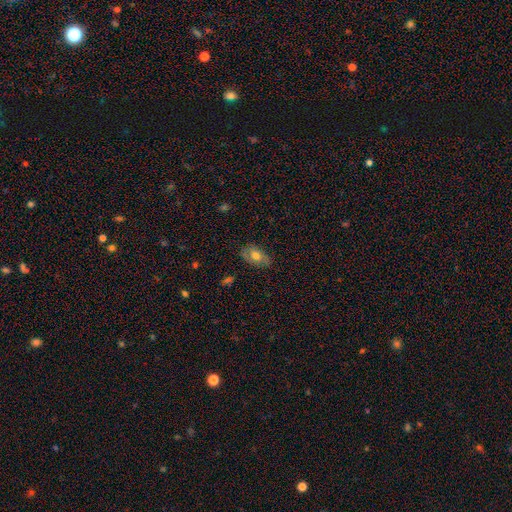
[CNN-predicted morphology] The model was most divided on "smooth or featured": smooth: 66%, featured or disk: 26%, star or artifact: 8%. More confident: how rounded — in between (88%); merging — none (76%).